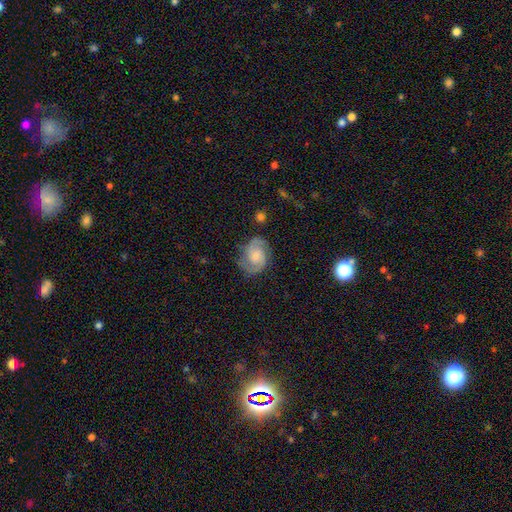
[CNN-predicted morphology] smooth-or-featured: featured or disk: 76% | smooth: 17% | star or artifact: 7%
  disk-edge-on: no: 98% | yes: 2%
    bar: no: 57% | weak: 37% | strong: 6%
    has-spiral-arms: yes: 95% | no: 5%
      spiral-winding: medium: 52% | tight: 30% | loose: 17%
      spiral-arm-count: 2: 89% | can't tell: 5% | 3: 2% | 1: 2% | 4: 1% | more than 4: 1%
    bulge-size: moderate: 31% | small: 29% | none: 25% | large: 13% | dominant: 2%
  merging: none: 74% | minor disturbance: 18% | major disturbance: 7% | merger: 2%